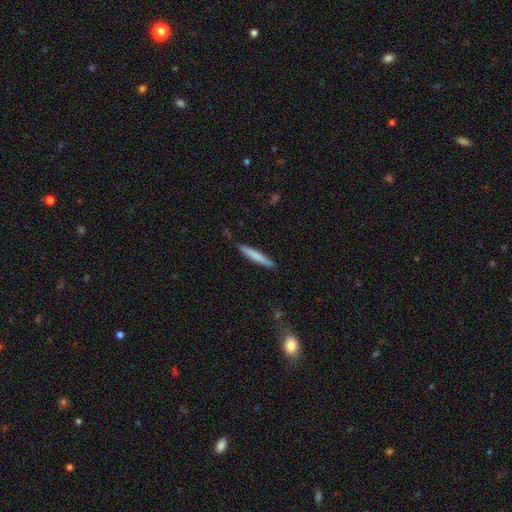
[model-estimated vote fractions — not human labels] Q: Smooth or featured?
A: smooth (71%); runner-up: featured or disk (23%)
Q: How rounded?
A: cigar-shaped (95%); runner-up: in between (4%)
Q: Merging?
A: none (89%); runner-up: minor disturbance (9%)